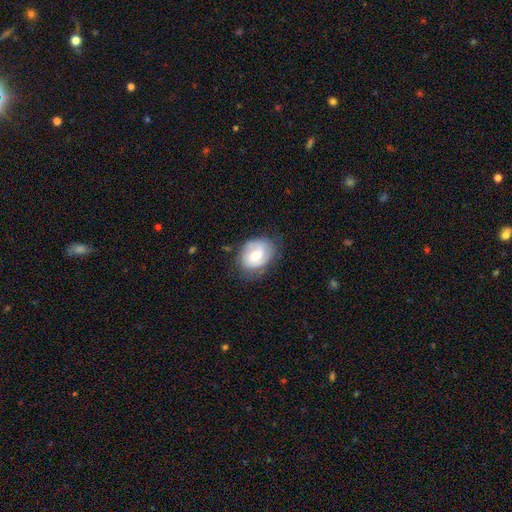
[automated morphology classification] A featured or disk galaxy (52%) with no bar (47%), spiral arms (81%) and a moderate central bulge (57%).

Vote fractions:
- Smooth or featured? featured or disk: 52% / smooth: 41% / star or artifact: 7%
- Edge-on disk? no: 97% / yes: 3%
- Bar? no: 47% / weak: 43% / strong: 9%
- Spiral arms? yes: 81% / no: 19%
- Bulge size? moderate: 57% / small: 32% / large: 8% / none: 2% / dominant: 1%
- Merging? none: 69% / minor disturbance: 22% / major disturbance: 8% / merger: 1%